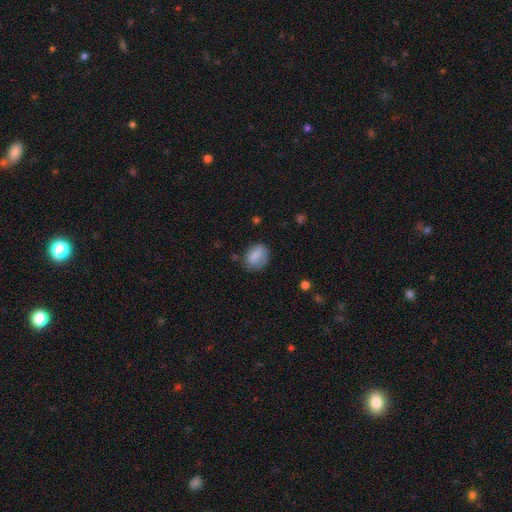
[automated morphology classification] A smooth galaxy with no disk features (81%) that is in between round and cigar-shaped (62%).

Vote fractions:
- Smooth or featured? smooth: 81% / featured or disk: 10% / star or artifact: 8%
- How rounded? in between: 62% / round: 36% / cigar-shaped: 2%
- Merging? none: 66% / minor disturbance: 24% / major disturbance: 8% / merger: 2%